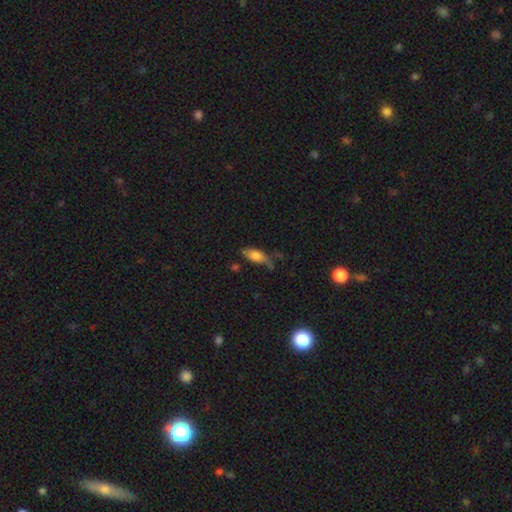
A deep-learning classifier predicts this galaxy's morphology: Smooth or featured: smooth — 71% (featured or disk — 20%)
How rounded: in between — 74% (cigar-shaped — 22%)
Merging: none — 48% (minor disturbance — 32%)